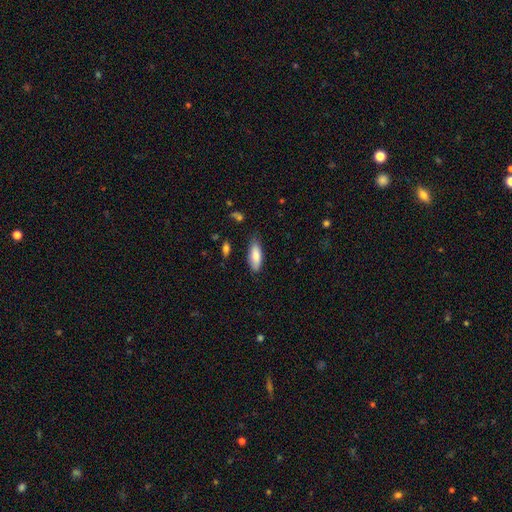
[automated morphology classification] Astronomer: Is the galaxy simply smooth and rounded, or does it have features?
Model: smooth — 84%.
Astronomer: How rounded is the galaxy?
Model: in between — 71%.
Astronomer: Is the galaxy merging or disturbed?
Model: none — 75%.